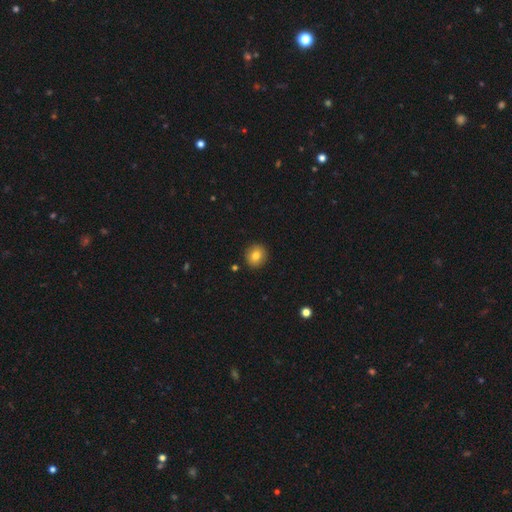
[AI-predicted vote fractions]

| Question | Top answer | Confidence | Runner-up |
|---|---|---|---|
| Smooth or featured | smooth | 80% | star or artifact (10%) |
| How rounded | round | 89% | in between (11%) |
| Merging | none | 91% | minor disturbance (6%) |